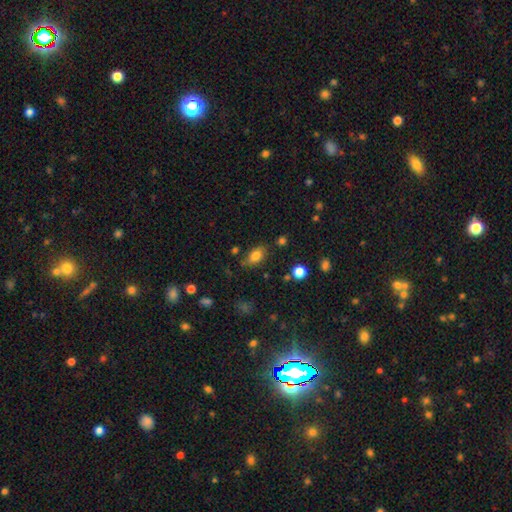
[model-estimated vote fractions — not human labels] smooth-or-featured: smooth: 81% | star or artifact: 10% | featured or disk: 10%
  how-rounded: in between: 87% | round: 9% | cigar-shaped: 4%
  merging: none: 71% | minor disturbance: 19% | major disturbance: 5% | merger: 5%